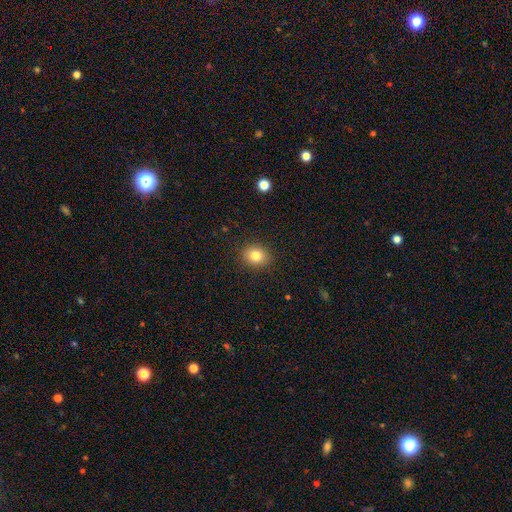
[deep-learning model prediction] smooth 81%, star or artifact 11%, featured or disk 7%. Down the decision tree: how rounded — round (65%); merging — none (90%).